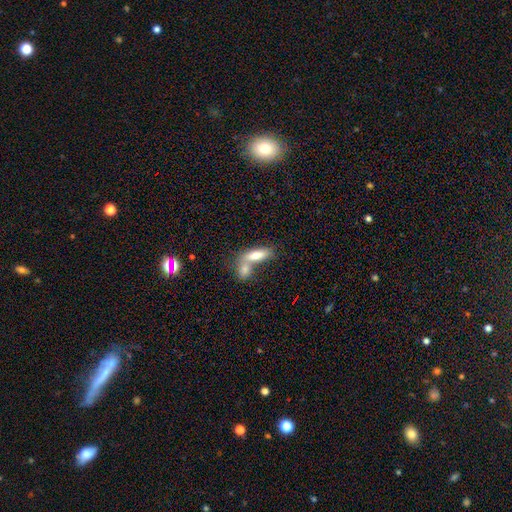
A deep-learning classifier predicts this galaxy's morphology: Smooth or featured? Predicted: smooth (p=0.75). How rounded? Predicted: in between (p=0.64). Merging? Predicted: merger (p=0.60).